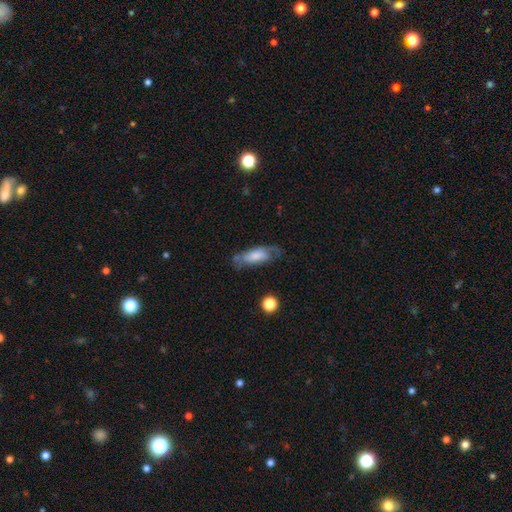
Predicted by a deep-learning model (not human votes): smooth 62%, featured or disk 31%, star or artifact 7%. Down the decision tree: how rounded — in between (70%); merging — none (52%).